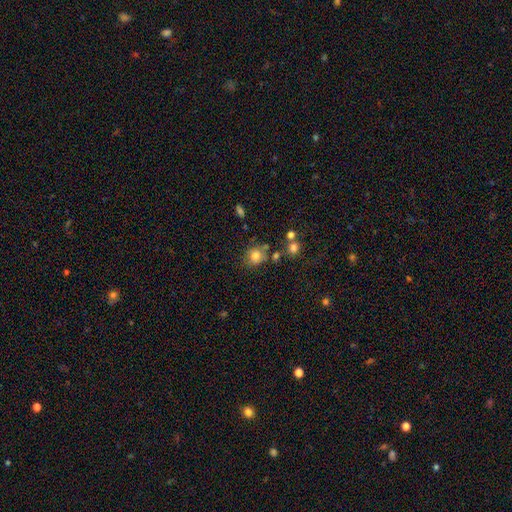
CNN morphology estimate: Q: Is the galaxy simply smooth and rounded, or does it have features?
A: smooth — 79%.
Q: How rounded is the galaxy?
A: round — 77%.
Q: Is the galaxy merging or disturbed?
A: none — 69%.